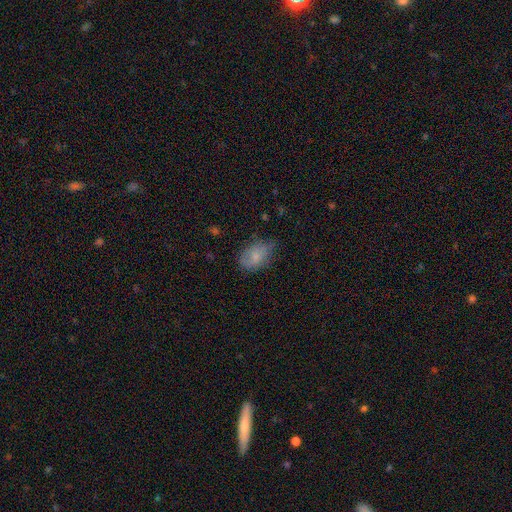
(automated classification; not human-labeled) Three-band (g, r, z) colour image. It shows a smooth galaxy with no disk features (74%) that is in between round and cigar-shaped (85%). Merging: none (54%).